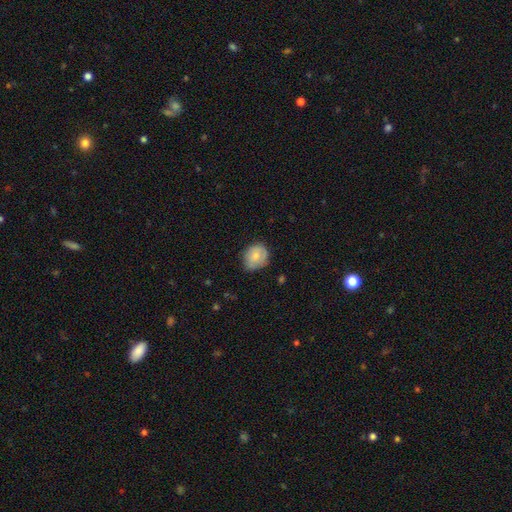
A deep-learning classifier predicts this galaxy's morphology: Smooth or featured? smooth (72%)
How rounded? round (60%)
Merging? none (65%)